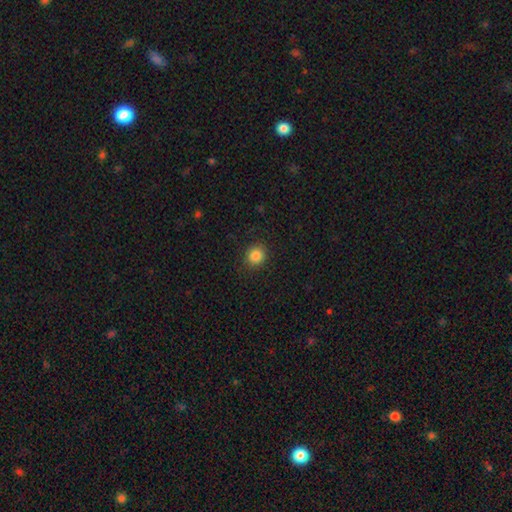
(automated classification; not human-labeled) Morphology: type=smooth (85%); roundness=round (83%); merging=none (88%).